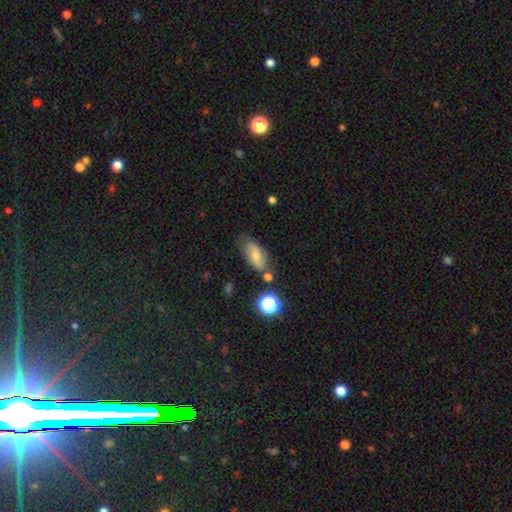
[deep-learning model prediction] Overall: smooth (61%; featured or disk 28%). How rounded: in between (84%). Merging: none (62%; minor disturbance 24%).